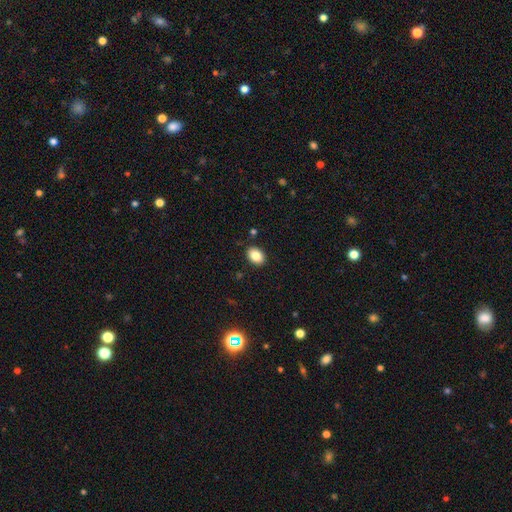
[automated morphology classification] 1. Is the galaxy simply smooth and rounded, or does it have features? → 85% smooth, 8% star or artifact, 6% featured or disk.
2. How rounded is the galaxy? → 78% in between, 21% round, 1% cigar-shaped.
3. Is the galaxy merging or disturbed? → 89% none, 8% minor disturbance, 2% major disturbance, 2% merger.